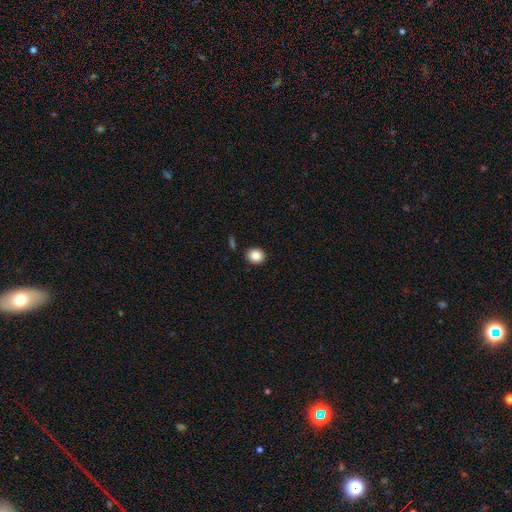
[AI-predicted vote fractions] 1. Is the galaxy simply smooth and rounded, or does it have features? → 86% smooth, 9% star or artifact, 5% featured or disk.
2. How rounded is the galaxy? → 70% round, 29% in between, 1% cigar-shaped.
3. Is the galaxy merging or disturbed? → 89% none, 7% minor disturbance, 2% merger, 2% major disturbance.